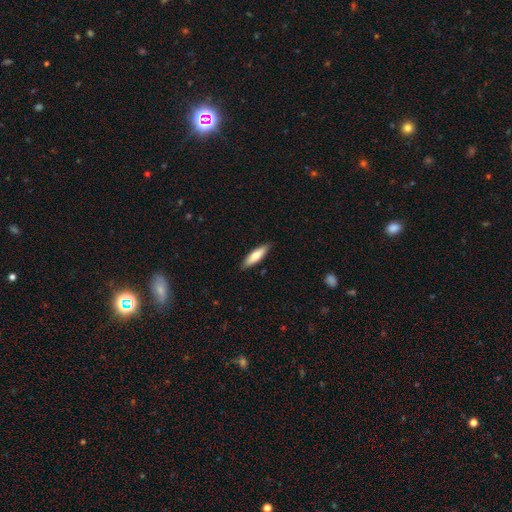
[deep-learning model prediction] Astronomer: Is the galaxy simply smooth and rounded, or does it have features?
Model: smooth — 71%.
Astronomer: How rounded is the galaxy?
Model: cigar-shaped — 63%.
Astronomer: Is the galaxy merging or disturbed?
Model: none — 88%.